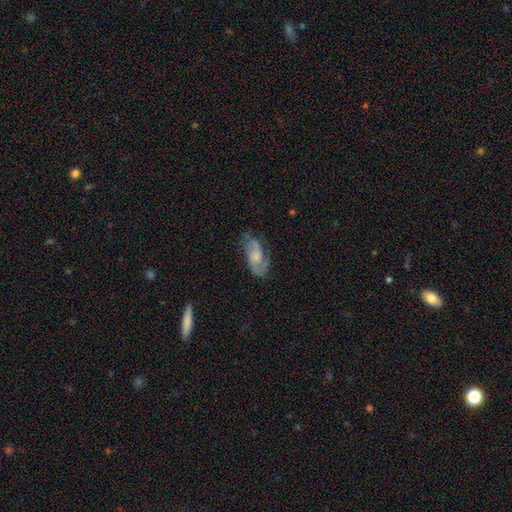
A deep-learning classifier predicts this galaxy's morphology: The model was most divided on "bulge size" (2-way tie): moderate: 30%, small: 30%, none: 29%, large: 9%, dominant: 2%. Remaining: edge-on disk — no (94%); spiral arms — yes (91%); spiral arm count — 2 (81%); smooth or featured — featured or disk (68%); merging — none (65%); bar — no (60%); spiral winding — medium (48%).